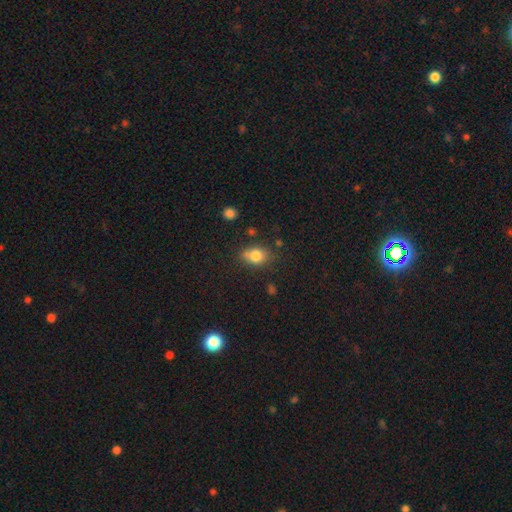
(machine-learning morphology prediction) A smooth galaxy with no disk features (80%) that is in between round and cigar-shaped (62%). Merging: none (62%).